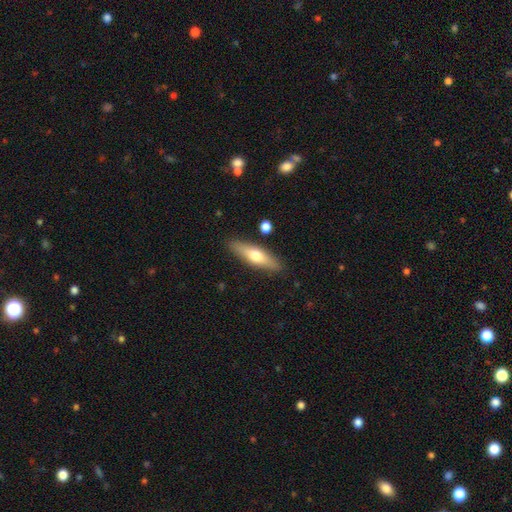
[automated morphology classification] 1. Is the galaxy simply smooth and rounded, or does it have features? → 55% smooth, 40% featured or disk, 6% star or artifact.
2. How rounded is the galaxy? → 64% cigar-shaped, 33% in between, 3% round.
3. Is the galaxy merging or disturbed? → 86% none, 9% minor disturbance, 3% merger, 2% major disturbance.